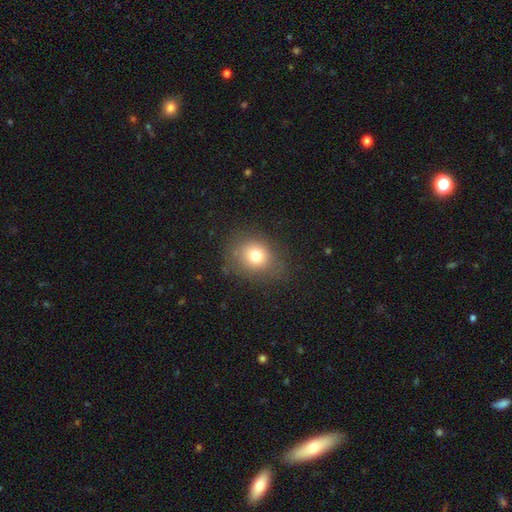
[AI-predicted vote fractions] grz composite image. It shows a smooth galaxy with no disk features (76%) that is round (65%). Merging: none (74%).